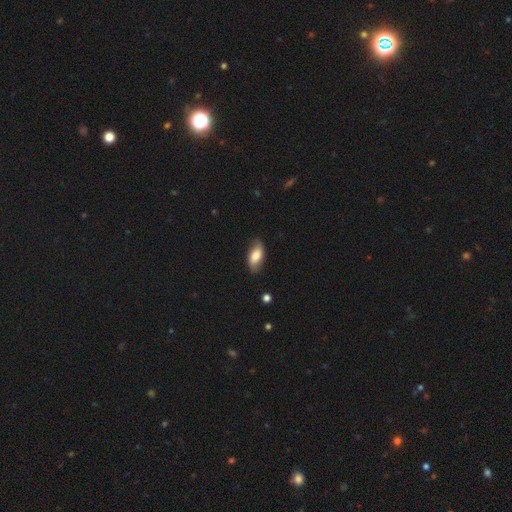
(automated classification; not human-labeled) A smooth galaxy with no disk features (68%) that is in between round and cigar-shaped (89%). Merging: none (76%).